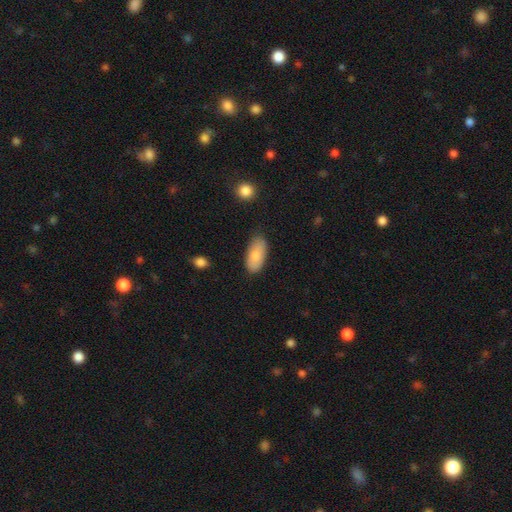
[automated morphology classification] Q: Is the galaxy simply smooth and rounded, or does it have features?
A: smooth — 82%.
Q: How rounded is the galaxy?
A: in between — 92%.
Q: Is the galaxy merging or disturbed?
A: none — 75%.